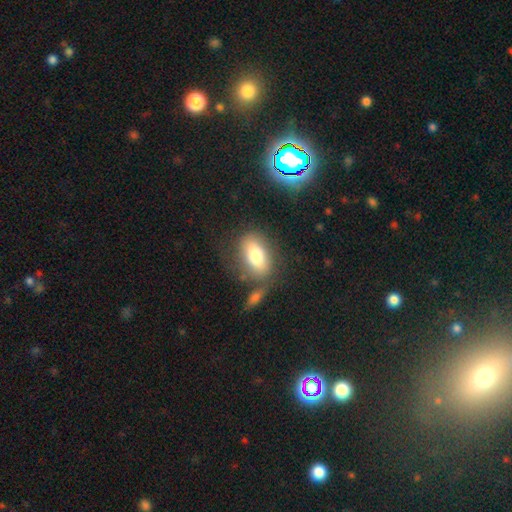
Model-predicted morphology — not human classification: smooth-or-featured: smooth: 76% | featured or disk: 17% | star or artifact: 7%
  how-rounded: in between: 85% | round: 11% | cigar-shaped: 4%
  merging: none: 63% | minor disturbance: 16% | merger: 13% | major disturbance: 8%